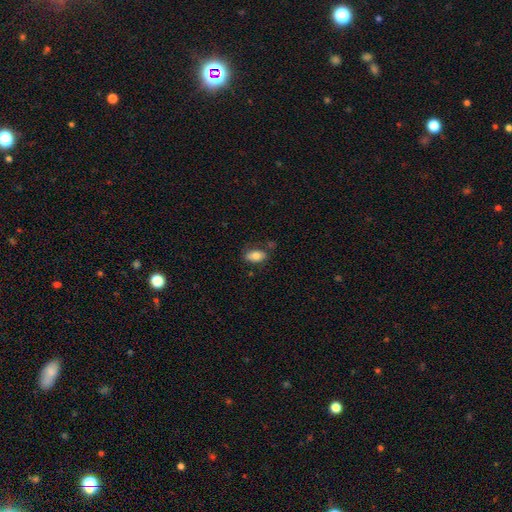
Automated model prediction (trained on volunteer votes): A smooth galaxy with no disk features (81%) that is in between round and cigar-shaped (91%). Merging: none (71%).